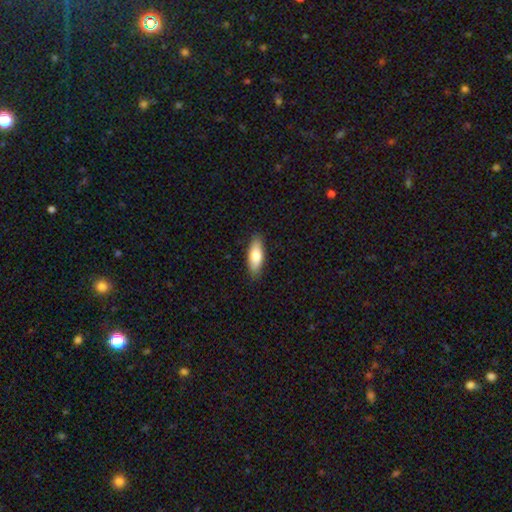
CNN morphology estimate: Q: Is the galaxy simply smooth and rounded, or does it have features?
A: smooth — 78%.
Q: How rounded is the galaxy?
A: in between — 68%.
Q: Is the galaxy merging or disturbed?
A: none — 88%.